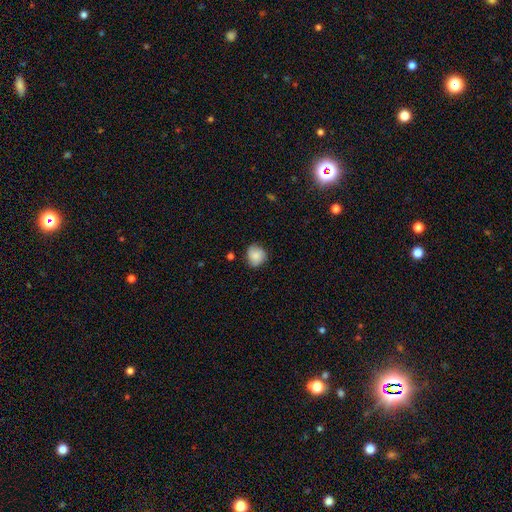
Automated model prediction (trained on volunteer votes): smooth 80%, featured or disk 12%, star or artifact 8%. Down the decision tree: how rounded — round (86%); merging — none (76%).